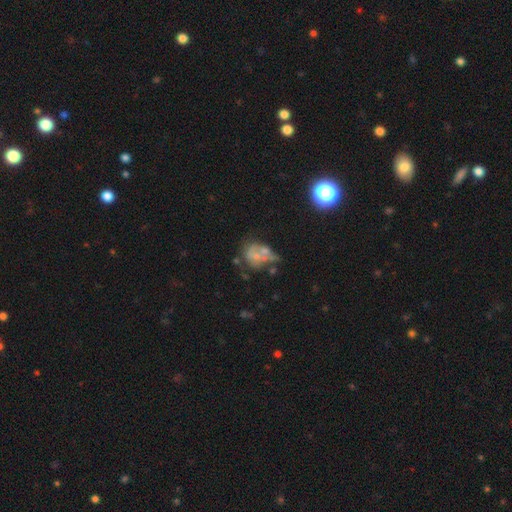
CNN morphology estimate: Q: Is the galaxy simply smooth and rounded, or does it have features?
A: featured or disk — 47%.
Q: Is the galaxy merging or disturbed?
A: merger — 30%.